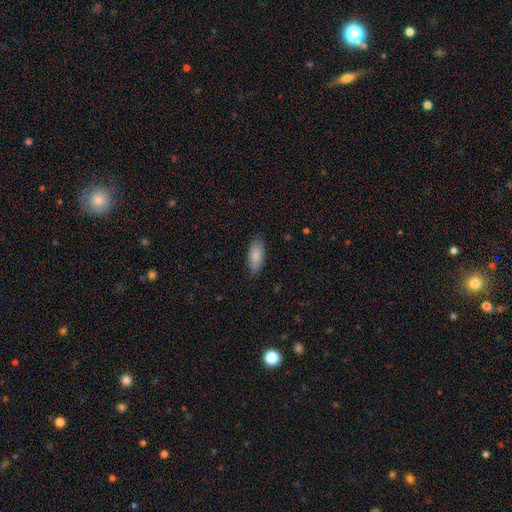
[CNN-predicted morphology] This is clearly a smooth galaxy (85%). How rounded: clearly in between (86%). Merging: clearly none (84%).